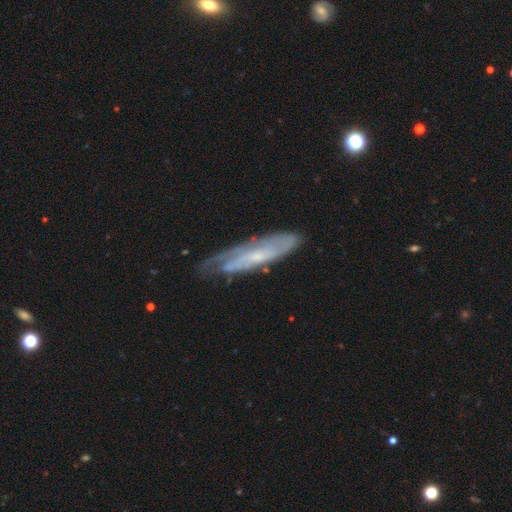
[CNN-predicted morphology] This appears to be a featured or disk galaxy (70%). Merging: none (62%).